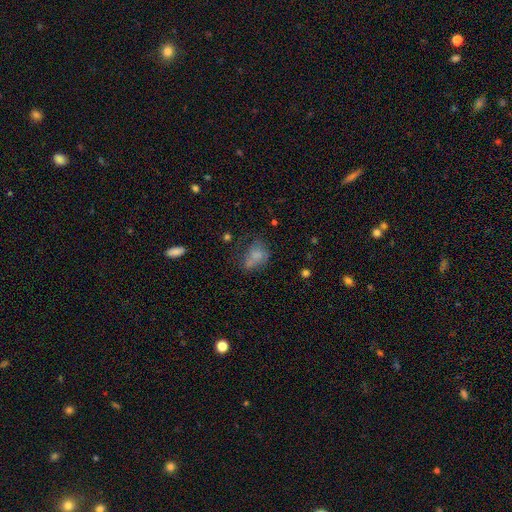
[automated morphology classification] Smooth or featured? smooth (68%)
How rounded? in between (64%)
Merging? none (35%)